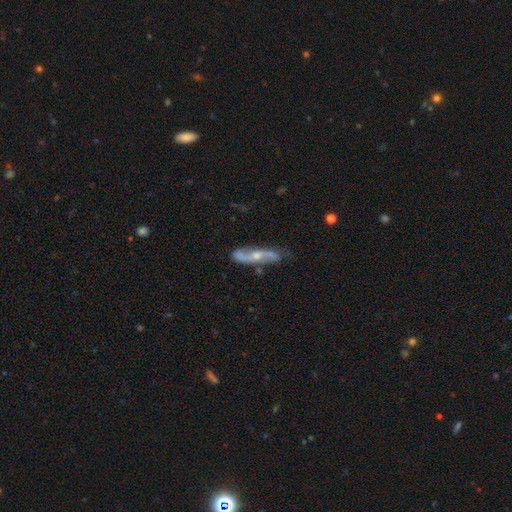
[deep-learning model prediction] This appears to be a featured or disk galaxy (76%) with no bar (53%), 2 (90%) loose (56%) spiral arms (91%) and a moderate central bulge (46%, tied with small). Merging: none (75%).